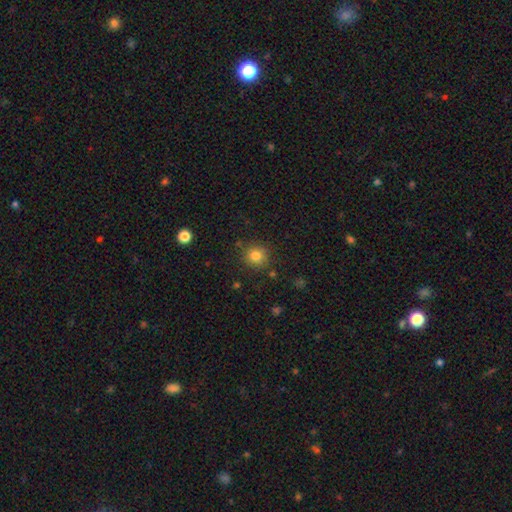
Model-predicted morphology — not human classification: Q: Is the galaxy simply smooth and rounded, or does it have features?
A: smooth — 81%.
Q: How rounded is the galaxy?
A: round — 92%.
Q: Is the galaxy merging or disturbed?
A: none — 85%.